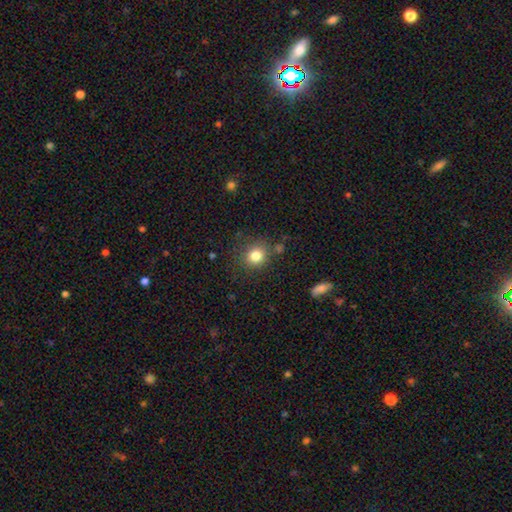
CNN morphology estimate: smooth 82%, star or artifact 12%, featured or disk 7%. Down the decision tree: how rounded — round (83%); merging — none (81%).